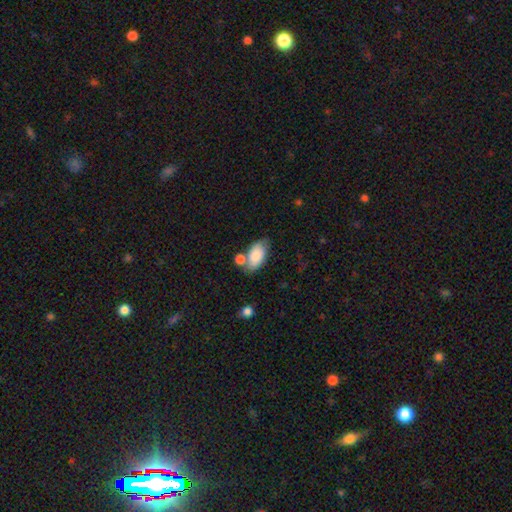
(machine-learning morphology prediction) A smooth galaxy with no disk features (83%) that is in between round and cigar-shaped (93%). Merging: none (51%).